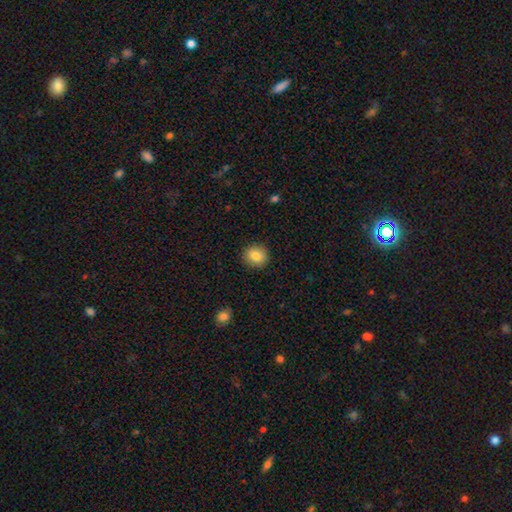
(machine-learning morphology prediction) Q: Smooth or featured?
A: smooth (83%); runner-up: star or artifact (9%)
Q: How rounded?
A: round (86%); runner-up: in between (13%)
Q: Merging?
A: none (91%); runner-up: minor disturbance (6%)